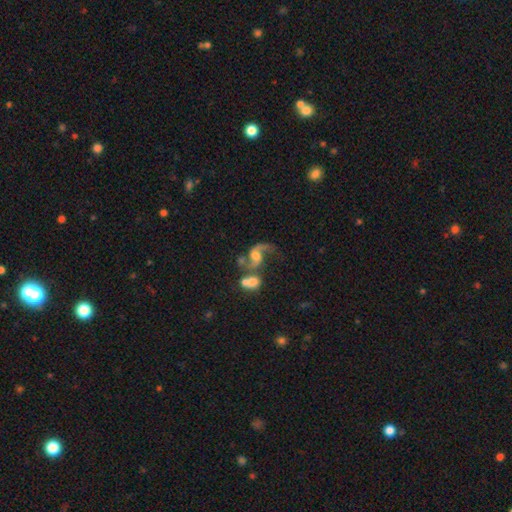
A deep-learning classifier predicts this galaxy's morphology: A featured or disk galaxy (80%) with no bar (51%), 2 (78%) loose (75%) spiral arms (93%) and a moderate central bulge (52%). Merging: merger (39%).